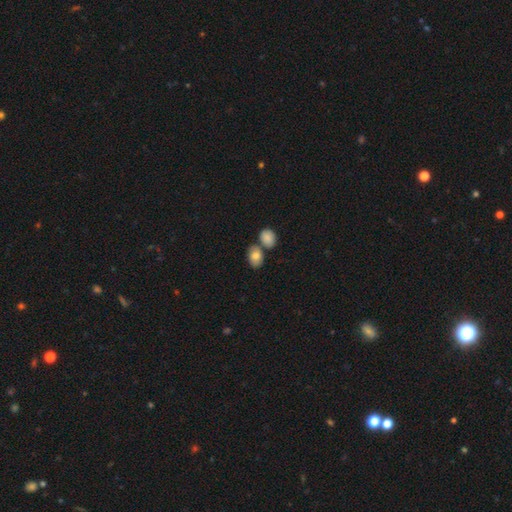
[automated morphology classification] Smooth or featured?
  - smooth: 80% *
  - featured or disk: 12%
  - star or artifact: 8%
How rounded?
  - in between: 76% *
  - round: 23%
  - cigar-shaped: 1%
Merging?
  - none: 56% *
  - merger: 28%
  - minor disturbance: 13%
  - major disturbance: 4%